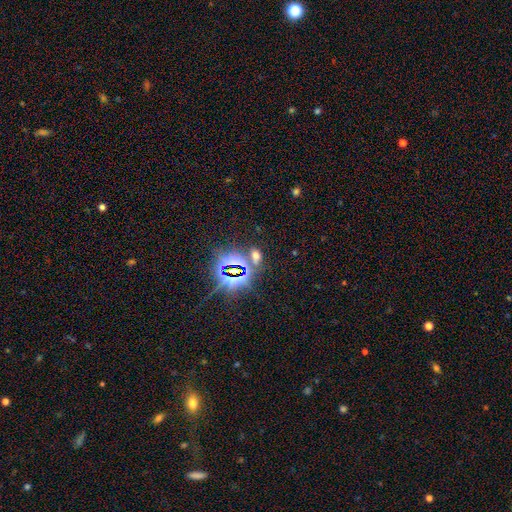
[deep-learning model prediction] This is possibly a star or artifact rather than a galaxy (53%).